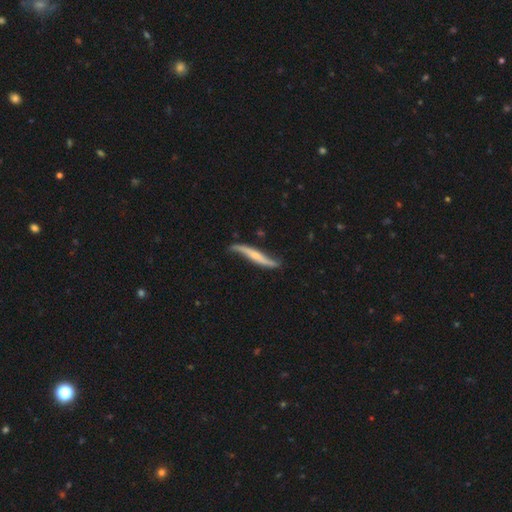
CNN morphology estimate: Q: Smooth or featured?
A: featured or disk (77%); runner-up: smooth (18%)
Q: Edge-on disk?
A: yes (52%); runner-up: no (48%)
Q: Merging?
A: none (62%); runner-up: minor disturbance (26%)